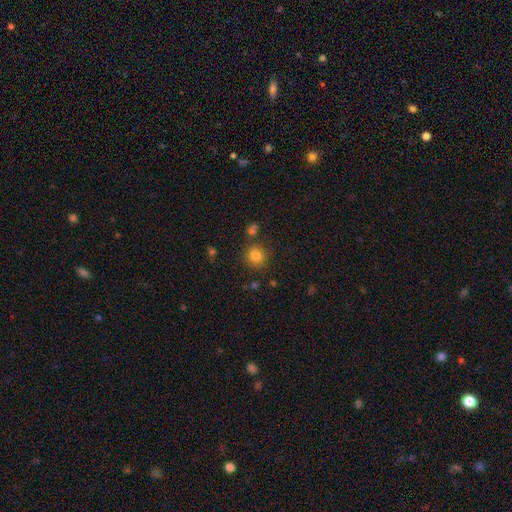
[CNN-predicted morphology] This is clearly a smooth galaxy (82%). How rounded: clearly round (91%). Merging: clearly none (82%).